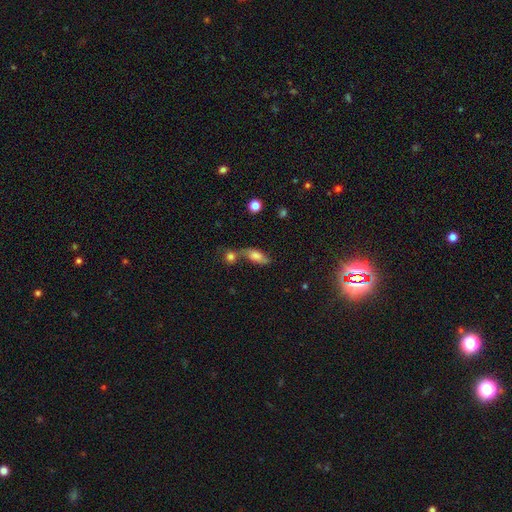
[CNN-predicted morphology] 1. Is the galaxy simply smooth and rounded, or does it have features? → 61% smooth, 27% featured or disk, 12% star or artifact.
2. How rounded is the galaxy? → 76% in between, 16% cigar-shaped, 8% round.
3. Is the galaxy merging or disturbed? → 38% merger (tied), 38% none (tied), 15% minor disturbance, 9% major disturbance.